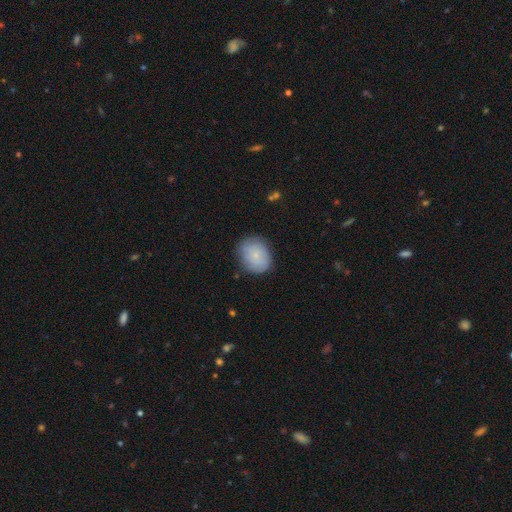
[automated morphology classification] Q: Smooth or featured?
A: smooth (59%); runner-up: featured or disk (32%)
Q: How rounded?
A: round (56%); runner-up: in between (43%)
Q: Merging?
A: none (75%); runner-up: minor disturbance (19%)